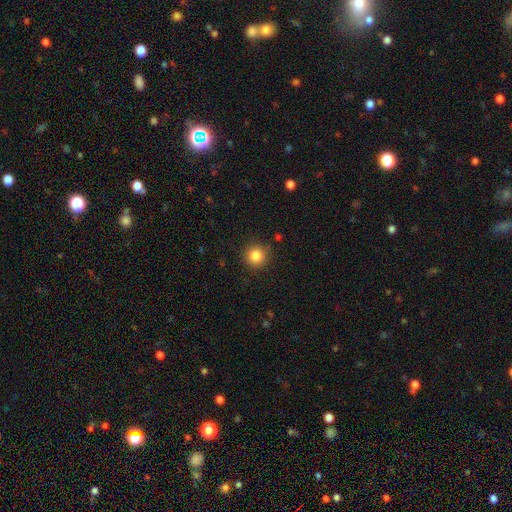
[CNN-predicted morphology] This is clearly a smooth galaxy (84%). How rounded: clearly round (94%). Merging: clearly none (89%).